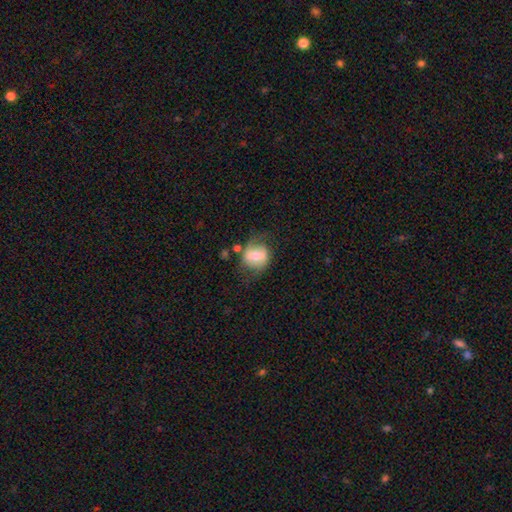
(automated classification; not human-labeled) Smooth or featured: smooth — 51% (featured or disk — 41%)
How rounded: round — 62% (in between — 37%)
Merging: none — 57% (minor disturbance — 22%)